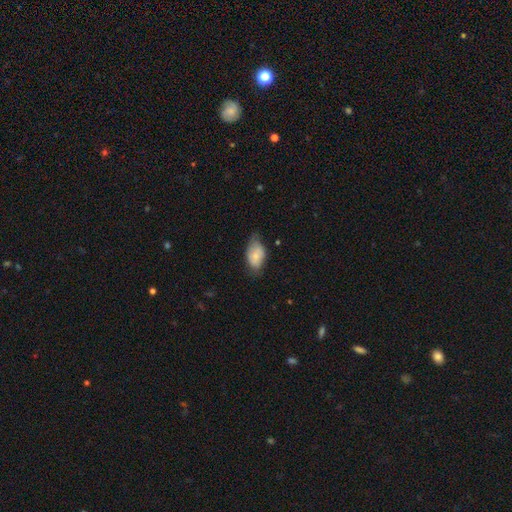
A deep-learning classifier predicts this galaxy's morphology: A smooth galaxy with no disk features (71%) that is in between round and cigar-shaped (91%). Merging: none (50%).